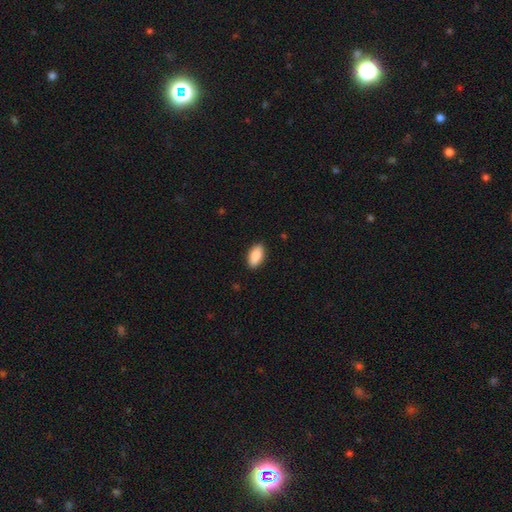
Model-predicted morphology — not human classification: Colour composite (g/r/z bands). It shows a smooth galaxy with no disk features (89%) that is in between round and cigar-shaped (93%). Merging: none (89%).